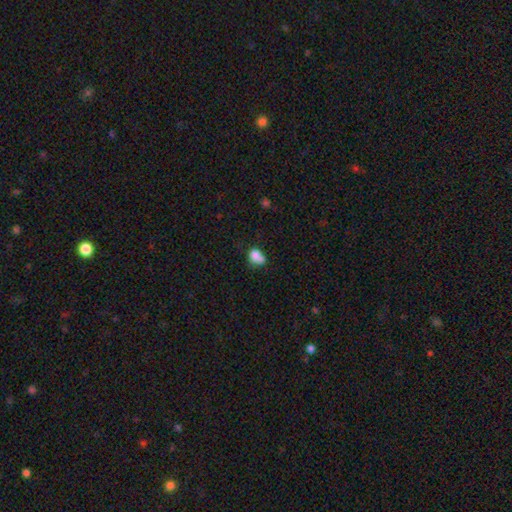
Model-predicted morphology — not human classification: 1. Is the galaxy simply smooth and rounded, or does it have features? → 75% smooth, 15% featured or disk, 11% star or artifact.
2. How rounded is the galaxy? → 51% round, 48% in between, 1% cigar-shaped.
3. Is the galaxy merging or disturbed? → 46% merger, 29% none, 16% minor disturbance, 9% major disturbance.